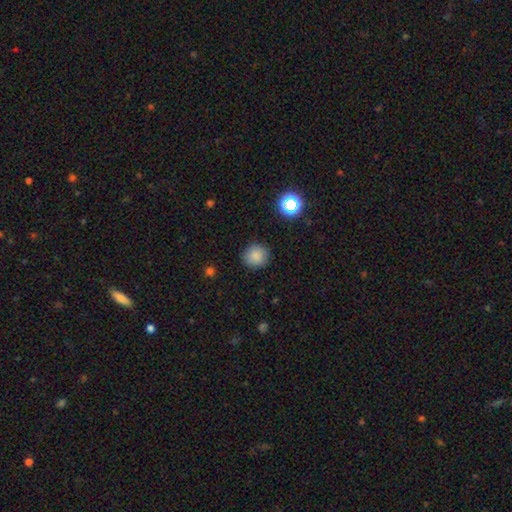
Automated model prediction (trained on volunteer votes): Q: Smooth or featured?
A: smooth (83%); runner-up: star or artifact (13%)
Q: How rounded?
A: round (90%); runner-up: in between (9%)
Q: Merging?
A: none (89%); runner-up: minor disturbance (7%)